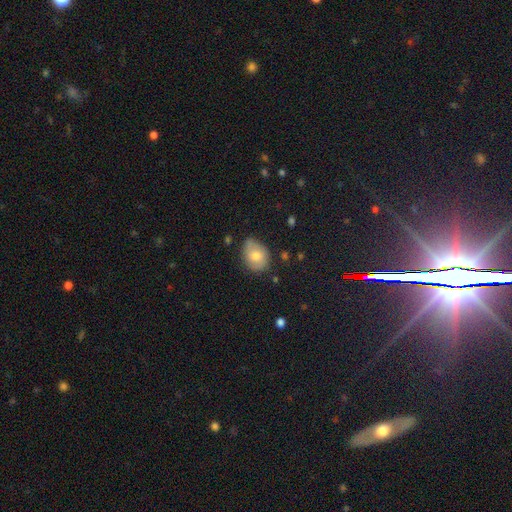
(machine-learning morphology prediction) Smooth or featured?
  - smooth: 70% *
  - featured or disk: 21%
  - star or artifact: 9%
How rounded?
  - in between: 57% *
  - round: 42%
  - cigar-shaped: 1%
Merging?
  - none: 67% *
  - minor disturbance: 26%
  - major disturbance: 5%
  - merger: 2%